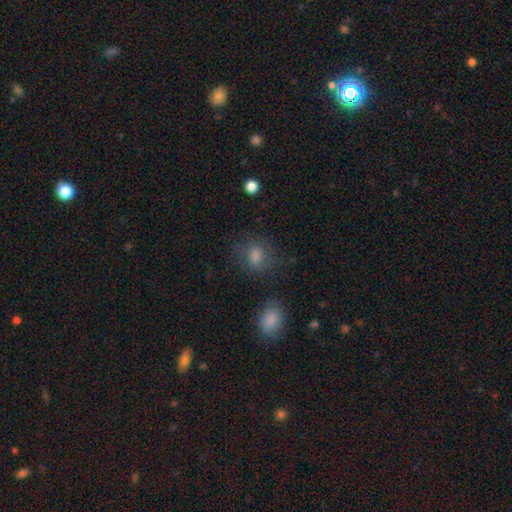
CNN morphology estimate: A smooth galaxy with no disk features (66%) that is round (58%). Merging: none (71%).